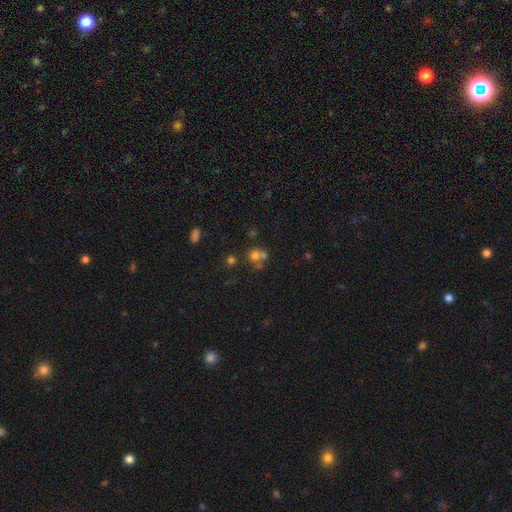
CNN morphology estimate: Smooth or featured: smooth — 62% (star or artifact — 21%)
How rounded: round — 85% (in between — 14%)
Merging: none — 47% (merger — 41%)